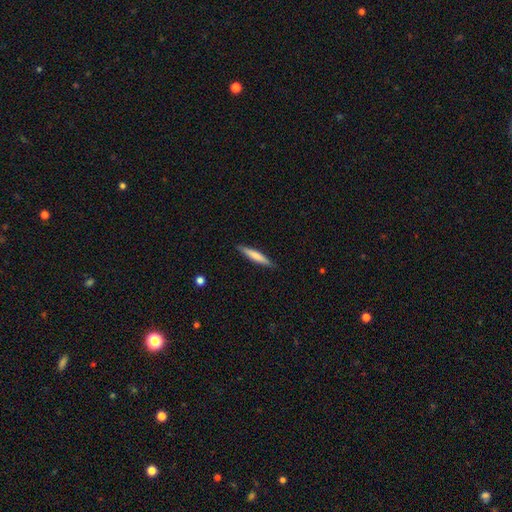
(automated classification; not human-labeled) This appears to be a smooth galaxy with no disk features (70%) that is cigar-shaped (92%). Merging: none (89%).